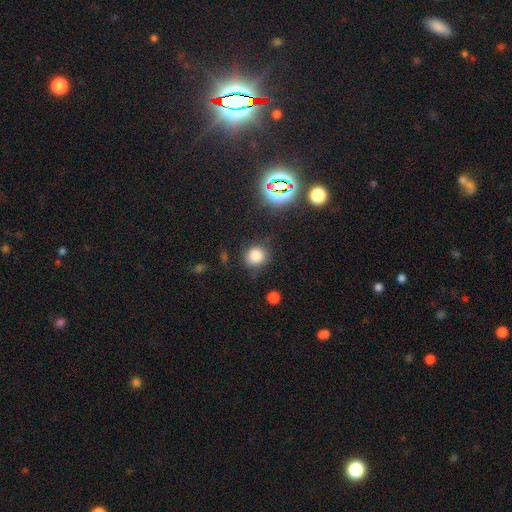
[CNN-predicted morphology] Smooth or featured? Predicted: smooth (p=0.78). How rounded? Predicted: round (p=0.87). Merging? Predicted: none (p=0.78).